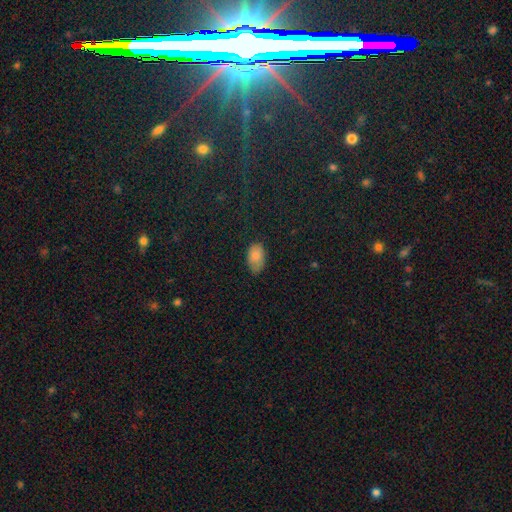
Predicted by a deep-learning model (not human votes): Smooth or featured: smooth — 85% (star or artifact — 9%)
How rounded: in between — 93% (round — 6%)
Merging: none — 65% (minor disturbance — 28%)